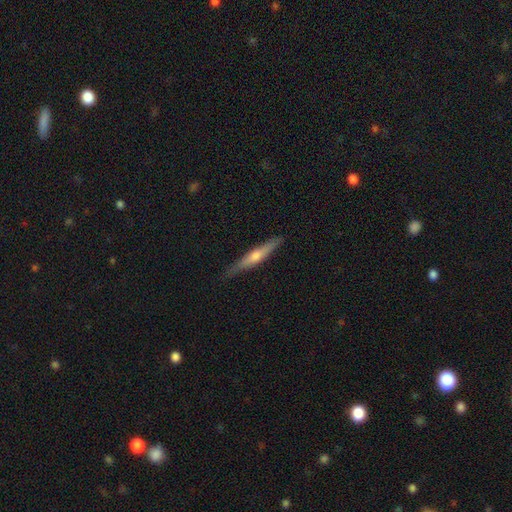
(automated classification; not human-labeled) A featured or disk galaxy (63%) viewed edge-on (97%) with a rounded central bulge (83%). Merging: none (87%).